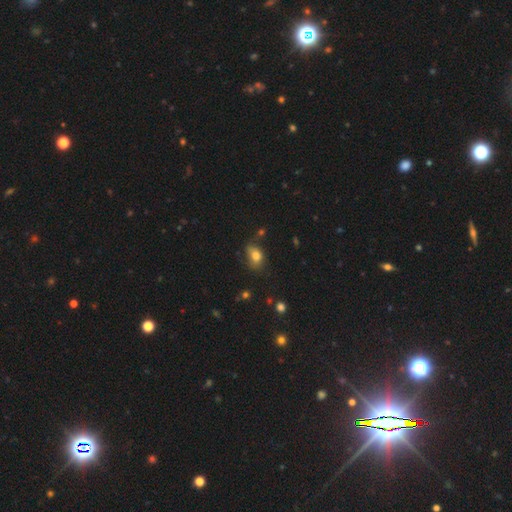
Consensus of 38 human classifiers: Smooth or featured? 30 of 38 (79%) said smooth. How rounded? 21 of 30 (70%) said in between. Merging? 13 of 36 (36%) said minor disturbance.